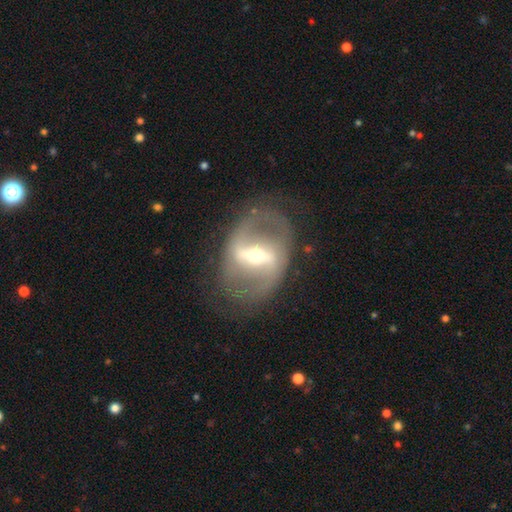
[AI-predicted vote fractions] This appears to be a featured or disk galaxy (84%) with a strong bar (65%), 2 (85%) medium (44%) spiral arms (74%) and a moderate central bulge (56%). Merging: none (75%).